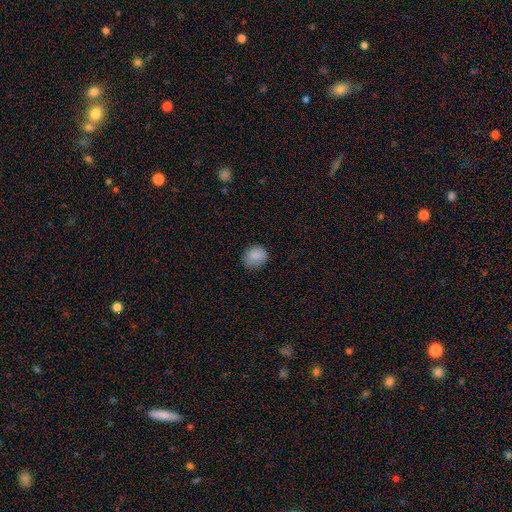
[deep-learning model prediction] Overall: smooth (86%). How rounded: round (72%). Merging: none (79%).